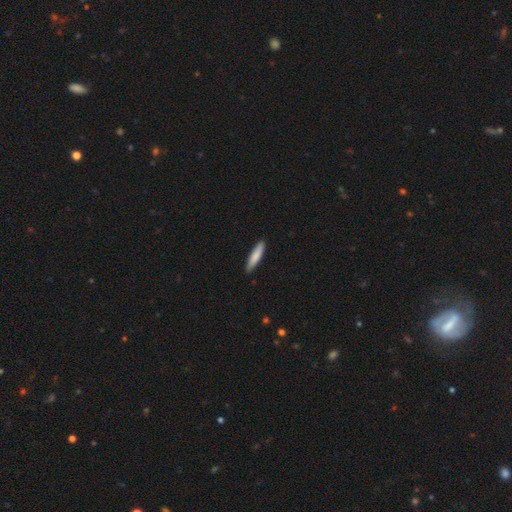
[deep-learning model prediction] This appears to be a smooth galaxy with no disk features (83%) that is cigar-shaped (86%). Merging: none (87%).